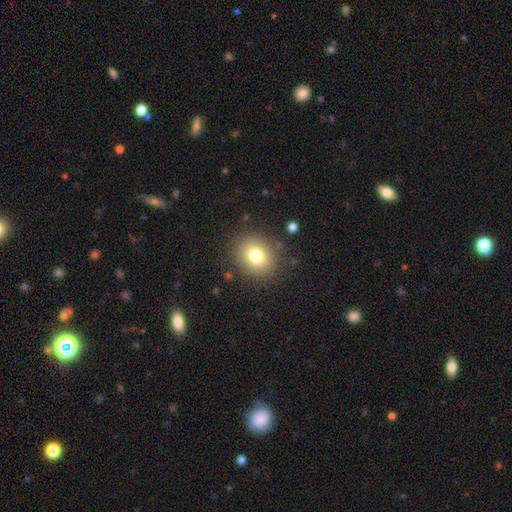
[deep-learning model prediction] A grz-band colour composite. It shows a smooth galaxy with no disk features (79%) that is round (65%). Merging: none (86%).